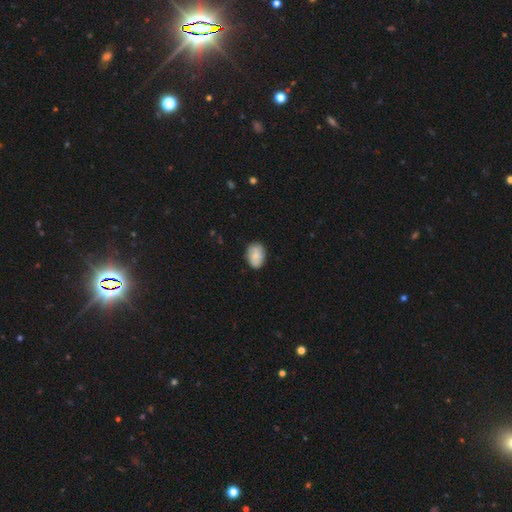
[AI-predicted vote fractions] Smooth or featured? smooth (77%)
How rounded? in between (80%)
Merging? none (79%)